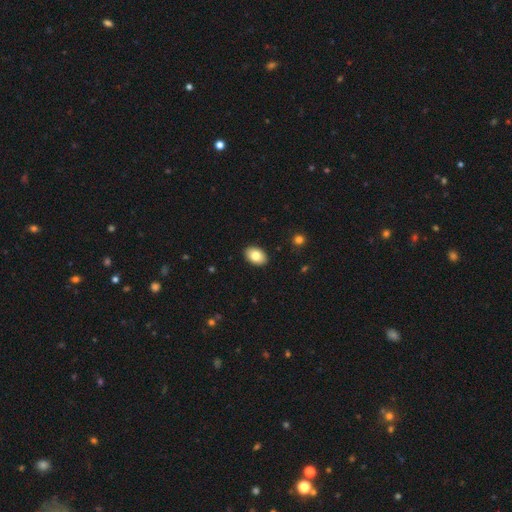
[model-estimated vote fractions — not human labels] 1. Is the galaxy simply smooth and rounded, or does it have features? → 83% smooth, 10% featured or disk, 7% star or artifact.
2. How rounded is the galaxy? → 87% in between, 12% round, 1% cigar-shaped.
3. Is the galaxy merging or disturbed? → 90% none, 7% minor disturbance, 2% major disturbance, 1% merger.